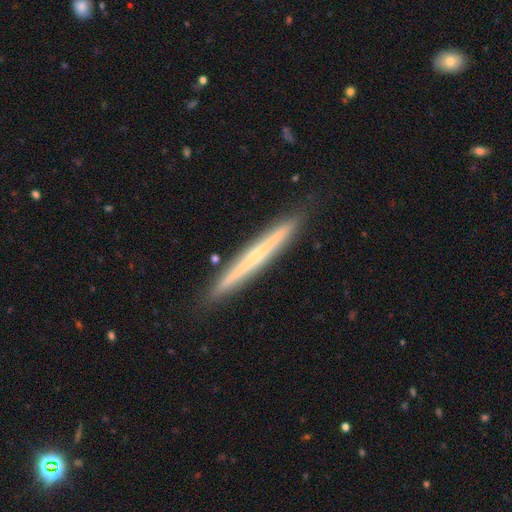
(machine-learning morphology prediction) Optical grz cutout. It shows a featured or disk galaxy (54%) viewed edge-on (97%) with no central bulge (70%). Merging: none (90%).